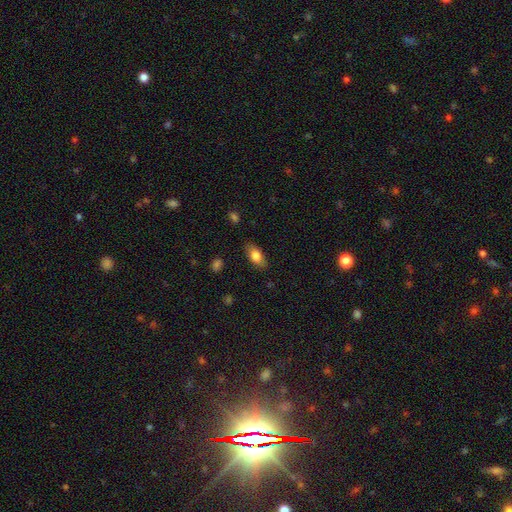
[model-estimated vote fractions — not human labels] Morphology: type=smooth (81%); roundness=in between (88%); merging=none (83%).